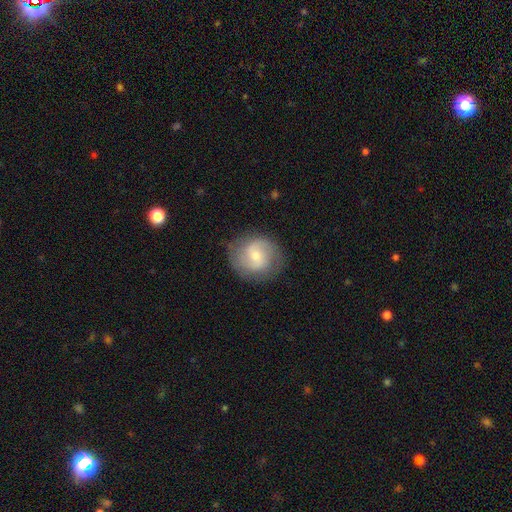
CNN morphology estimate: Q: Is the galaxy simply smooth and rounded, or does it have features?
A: featured or disk — 64%.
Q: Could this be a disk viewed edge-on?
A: no — 98%.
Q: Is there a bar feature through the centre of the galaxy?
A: weak — 52%.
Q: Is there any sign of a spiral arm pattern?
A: yes — 91%.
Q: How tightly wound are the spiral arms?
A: medium — 48%.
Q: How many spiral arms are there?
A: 2 — 83%.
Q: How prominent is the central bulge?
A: small — 52%.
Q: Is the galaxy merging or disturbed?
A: none — 80%.